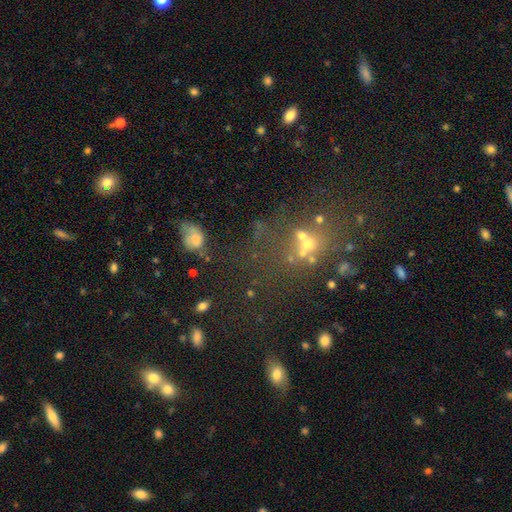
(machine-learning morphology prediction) A star or artifact, not a galaxy (46%).

Vote fractions:
- Smooth or featured? star or artifact: 46% / smooth: 35% / featured or disk: 19%